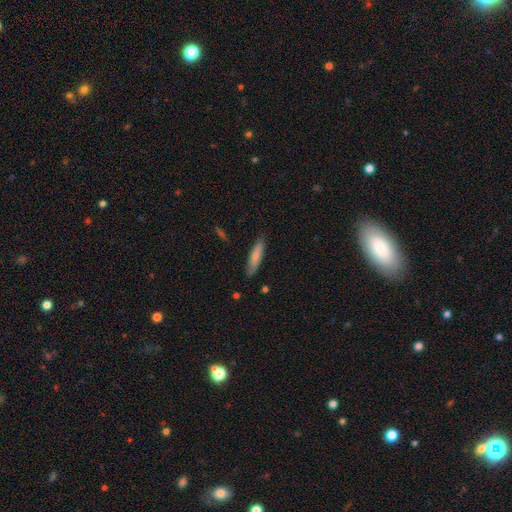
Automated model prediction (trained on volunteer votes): smooth 78%, featured or disk 17%, star or artifact 6%. Down the decision tree: how rounded — cigar-shaped (82%); merging — none (85%).